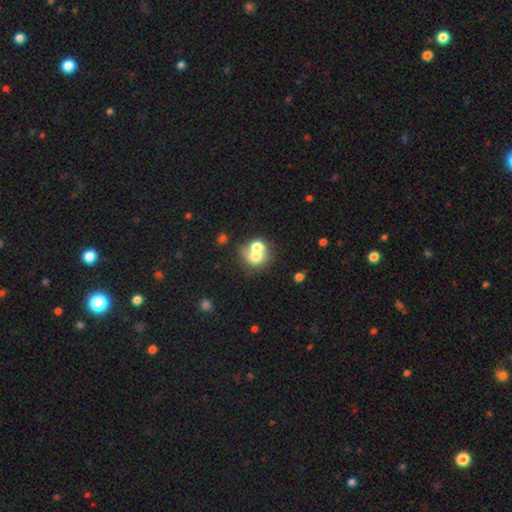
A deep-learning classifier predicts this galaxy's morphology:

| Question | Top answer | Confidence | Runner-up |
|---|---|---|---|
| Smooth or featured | smooth | 66% | featured or disk (22%) |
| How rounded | round | 67% | in between (32%) |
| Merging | merger | 58% | none (30%) |